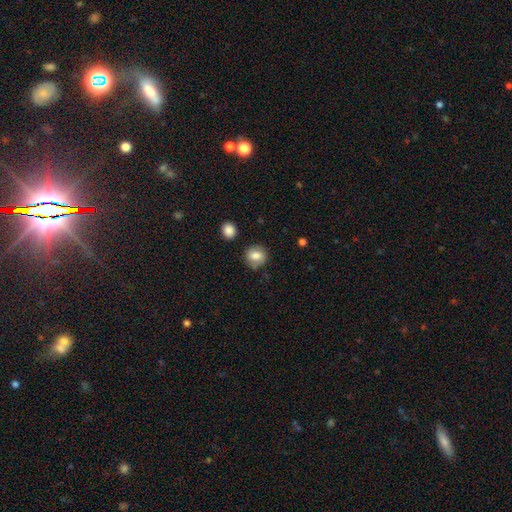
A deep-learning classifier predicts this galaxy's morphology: Smooth or featured? Predicted: smooth (p=0.78). How rounded? Predicted: round (p=0.86). Merging? Predicted: none (p=0.81).